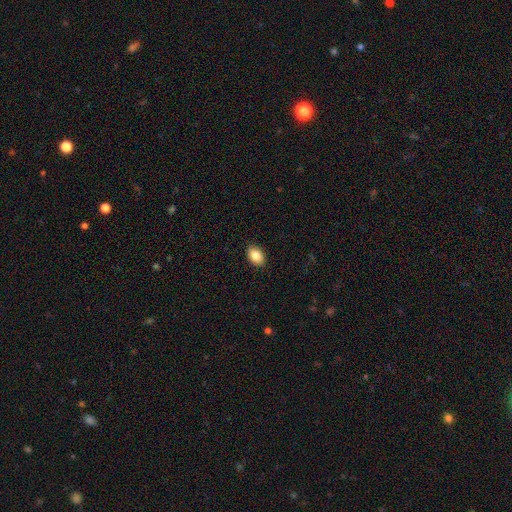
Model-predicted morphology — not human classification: The model was most divided on "how rounded": in between: 82%, round: 17%, cigar-shaped: 1%. More confident: merging — none (90%); smooth or featured — smooth (86%).